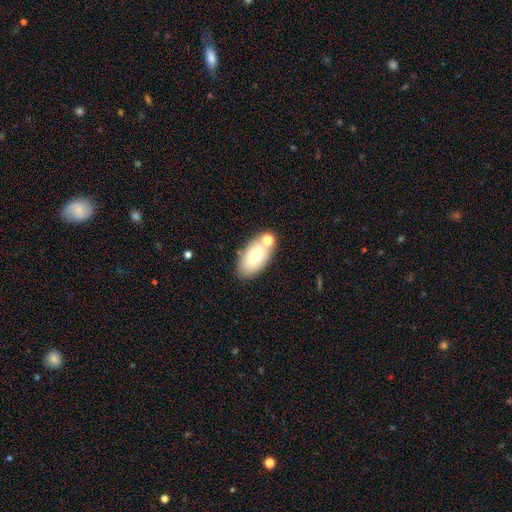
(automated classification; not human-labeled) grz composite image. It shows a smooth galaxy with no disk features (67%) that is in between round and cigar-shaped (92%). Merging: none (65%).